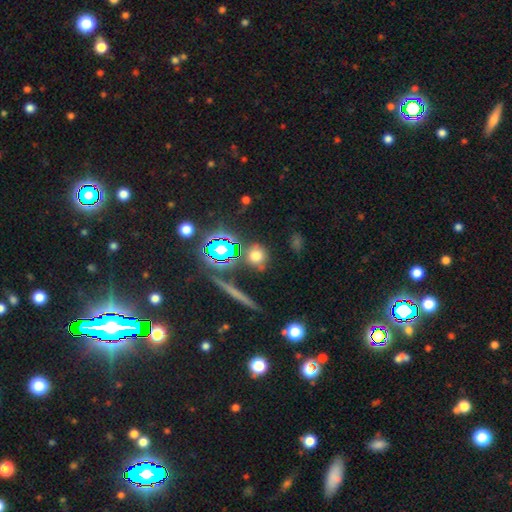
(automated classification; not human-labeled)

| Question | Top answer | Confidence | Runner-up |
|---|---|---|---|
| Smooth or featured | smooth | 62% | star or artifact (26%) |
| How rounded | round | 83% | in between (13%) |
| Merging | none | 80% | minor disturbance (10%) |